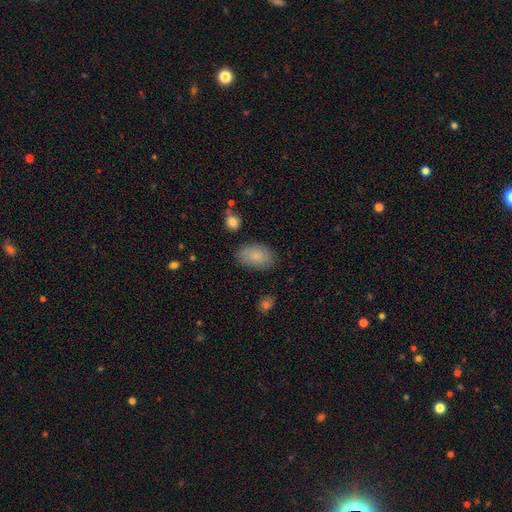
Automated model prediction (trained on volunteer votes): A smooth galaxy with no disk features (84%) that is in between round and cigar-shaped (92%).

Vote fractions:
- Smooth or featured? smooth: 84% / featured or disk: 9% / star or artifact: 7%
- How rounded? in between: 92% / round: 7% / cigar-shaped: 1%
- Merging? none: 80% / minor disturbance: 14% / major disturbance: 4% / merger: 2%